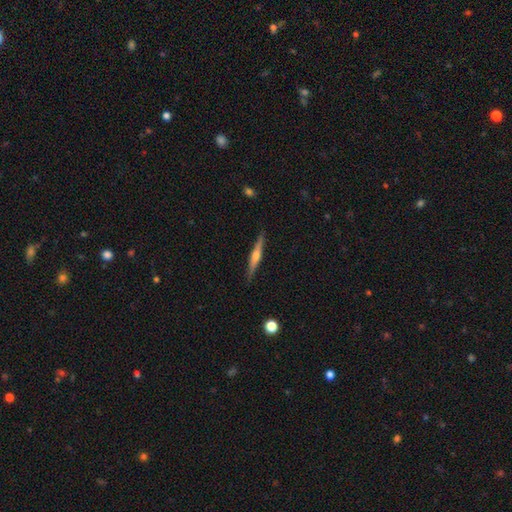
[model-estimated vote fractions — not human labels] featured or disk 68%, smooth 26%, star or artifact 6%. Down the decision tree: edge-on disk — yes (98%); edge-on bulge — rounded (88%); merging — none (89%).